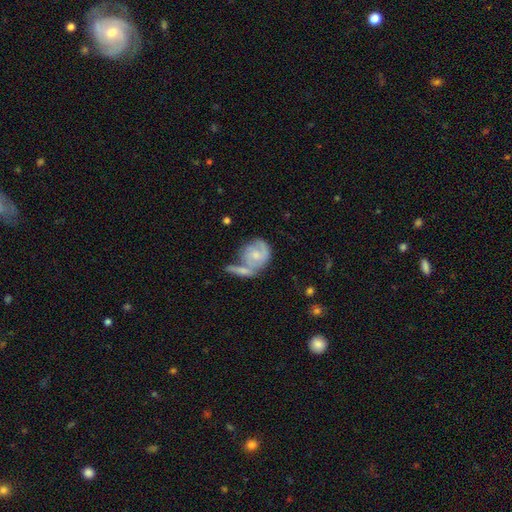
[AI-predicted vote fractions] This appears to be a featured or disk galaxy (61%) with no bar (67%), spiral arms (79%) and a small central bulge (45%). Merging: merger (39%).